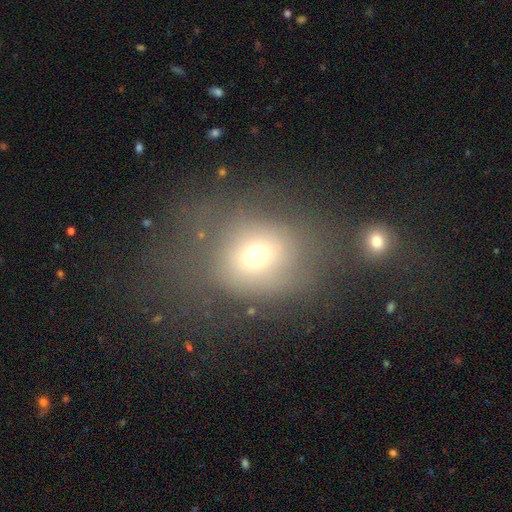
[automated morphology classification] Overall: smooth (64%). How rounded: round (62%; in between 37%). Merging: none (44%; major disturbance 25%).